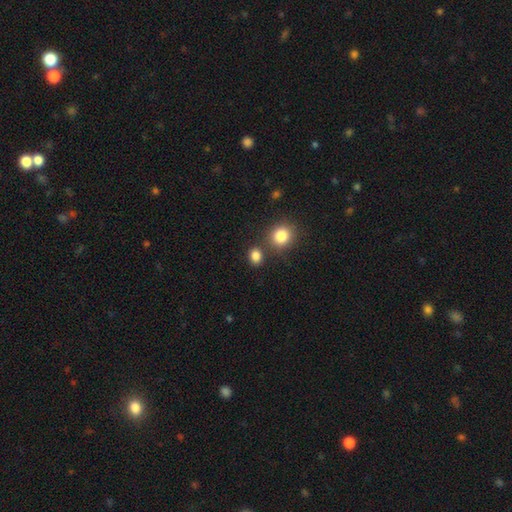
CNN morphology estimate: smooth-or-featured: smooth: 84% | star or artifact: 12% | featured or disk: 4%
  how-rounded: round: 52% | in between: 46% | cigar-shaped: 1%
  merging: none: 72% | merger: 14% | minor disturbance: 10% | major disturbance: 3%